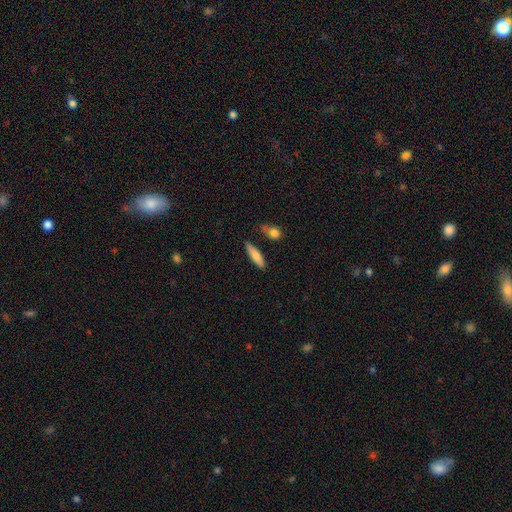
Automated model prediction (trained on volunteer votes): Smooth or featured: smooth — 76% (featured or disk — 17%)
How rounded: cigar-shaped — 68% (in between — 29%)
Merging: none — 79% (minor disturbance — 12%)